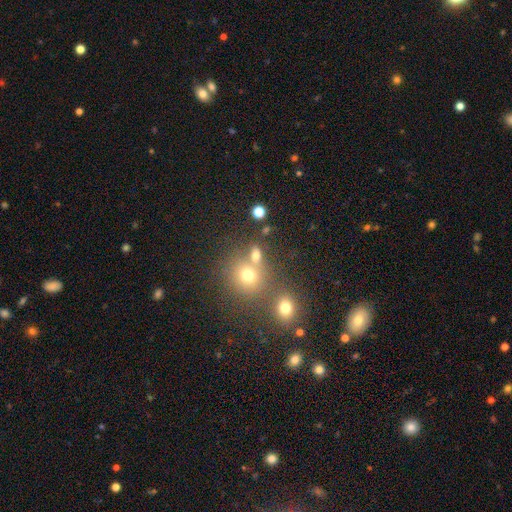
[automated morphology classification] smooth_or_featured: smooth (p=0.71) [alt: star or artifact p=0.18]
how_rounded: round (p=0.63) [alt: in between p=0.35]
merging: none (p=0.56) [alt: merger p=0.30]